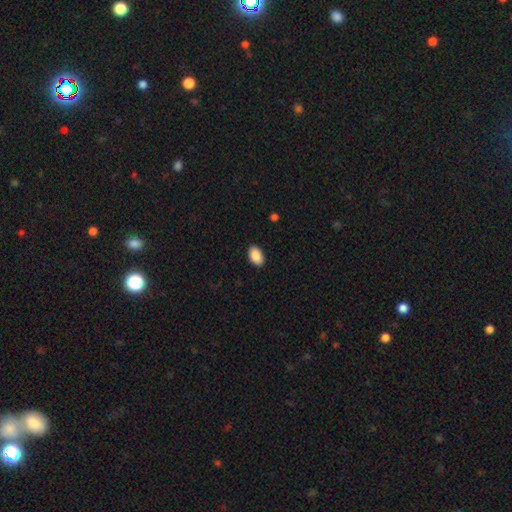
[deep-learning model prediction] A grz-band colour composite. It shows a smooth galaxy with no disk features (90%) that is in between round and cigar-shaped (92%). Merging: none (89%).